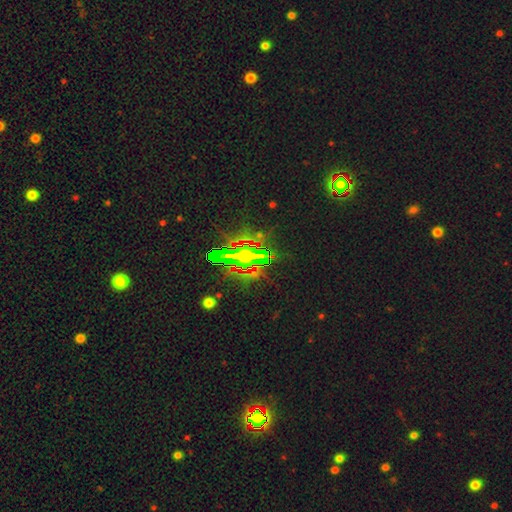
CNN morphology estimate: A star or artifact, not a galaxy (75%).

Vote fractions:
- Smooth or featured? star or artifact: 75% / smooth: 14% / featured or disk: 11%